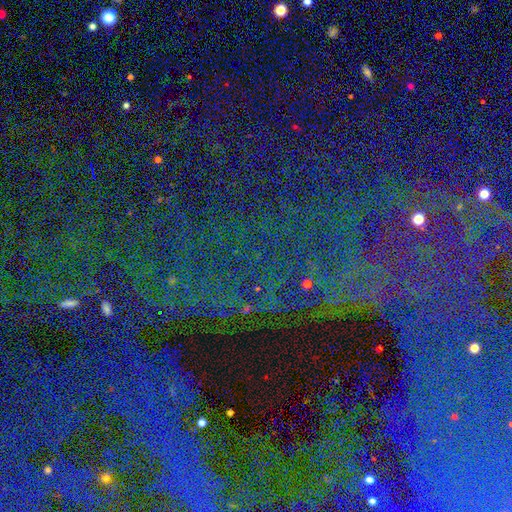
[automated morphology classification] Overall: star or artifact (82%).